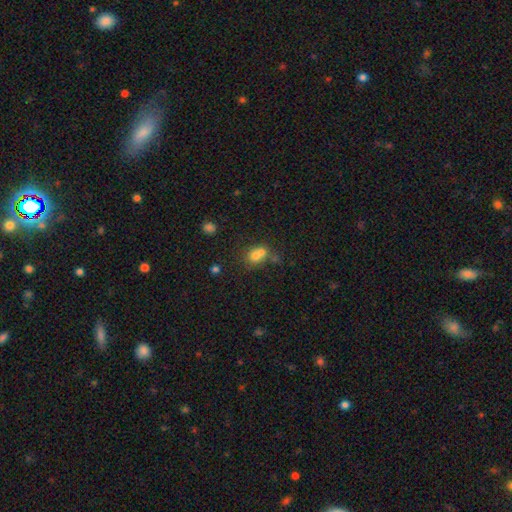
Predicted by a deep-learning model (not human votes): This is likely a smooth galaxy (69%). How rounded: likely round (64%). Merging: likely merger (61%).